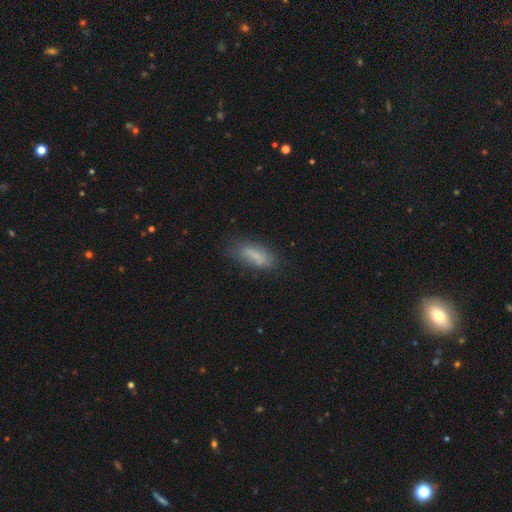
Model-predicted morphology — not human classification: Overall: smooth (73%). How rounded: in between (62%; cigar-shaped 35%). Merging: none (64%; minor disturbance 24%).